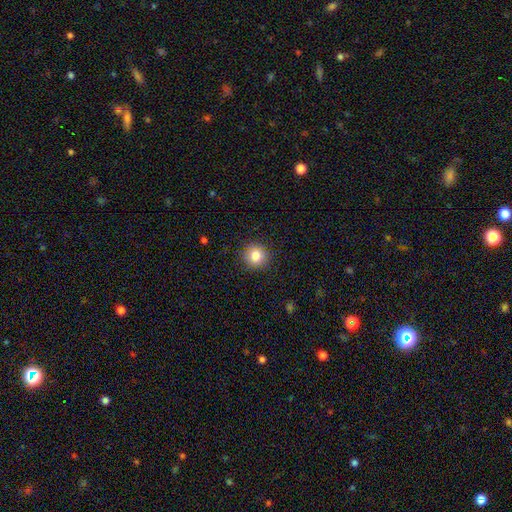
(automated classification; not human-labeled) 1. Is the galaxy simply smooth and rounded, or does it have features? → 83% smooth, 10% star or artifact, 7% featured or disk.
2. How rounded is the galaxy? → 93% round, 6% in between, 1% cigar-shaped.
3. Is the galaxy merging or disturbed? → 90% none, 7% minor disturbance, 2% major disturbance, 1% merger.